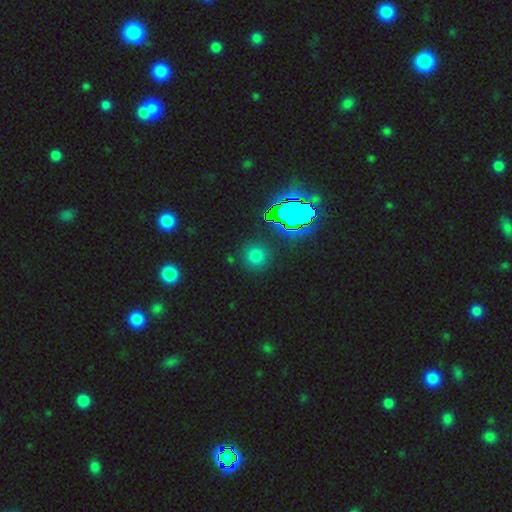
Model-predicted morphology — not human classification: Smooth or featured? Predicted: smooth (p=0.60). How rounded? Predicted: round (p=0.93). Merging? Predicted: none (p=0.89).